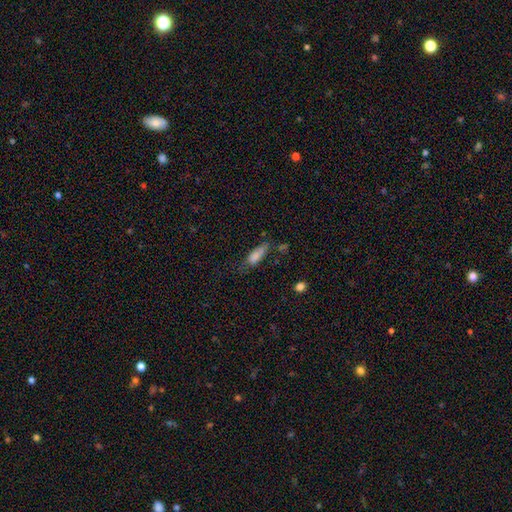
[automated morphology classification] This is likely a smooth galaxy (77%). How rounded: possibly in between (57%). Merging: marginally none (41%).